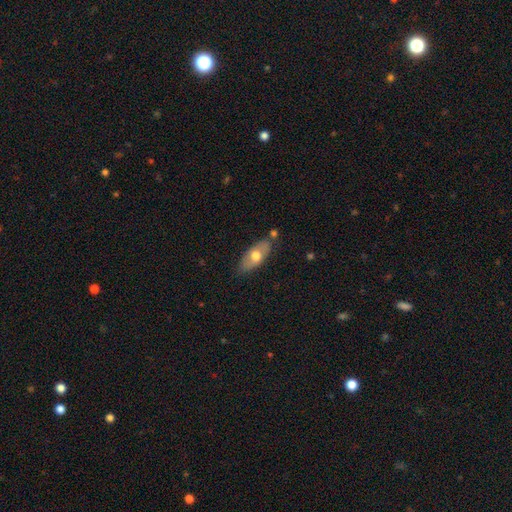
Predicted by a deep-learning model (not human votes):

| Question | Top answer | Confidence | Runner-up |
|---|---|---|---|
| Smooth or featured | smooth | 61% | featured or disk (33%) |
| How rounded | in between | 83% | cigar-shaped (13%) |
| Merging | none | 74% | minor disturbance (16%) |